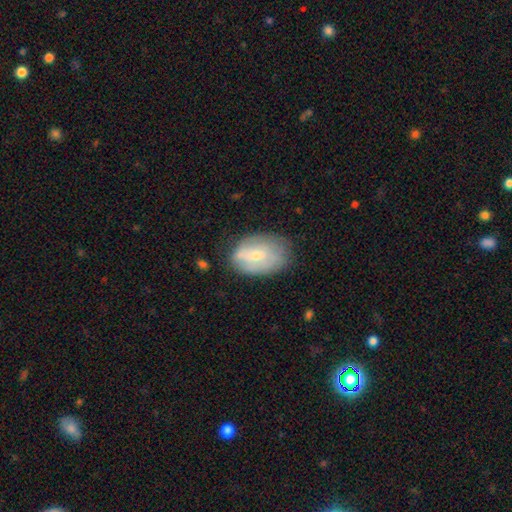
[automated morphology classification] smooth 50%, featured or disk 43%, star or artifact 7%. Down the decision tree: how rounded — in between (83%); merging — none (65%).